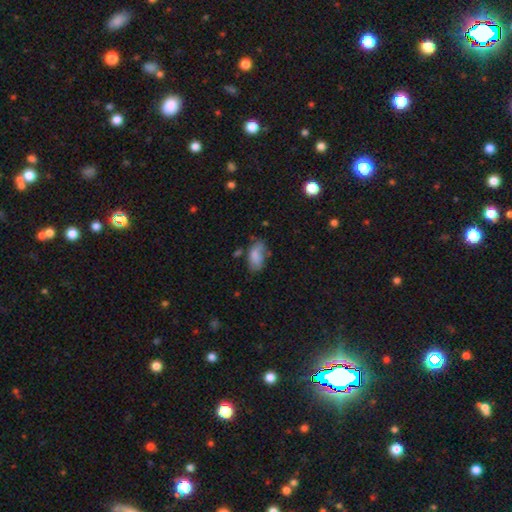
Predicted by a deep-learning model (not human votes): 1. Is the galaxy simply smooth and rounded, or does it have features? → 77% smooth, 14% featured or disk, 8% star or artifact.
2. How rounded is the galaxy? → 92% in between, 4% round, 4% cigar-shaped.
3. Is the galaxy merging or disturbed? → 52% none, 30% minor disturbance, 11% major disturbance, 7% merger.